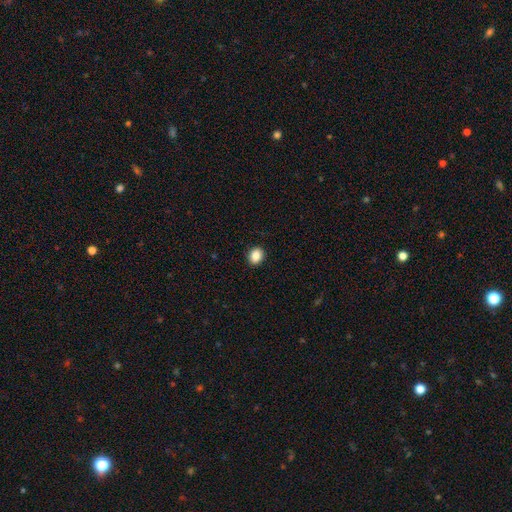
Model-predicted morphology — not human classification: Smooth or featured? smooth (87%)
How rounded? round (61%)
Merging? none (91%)